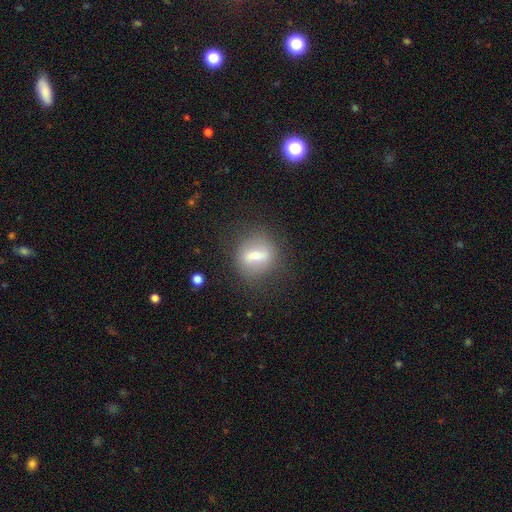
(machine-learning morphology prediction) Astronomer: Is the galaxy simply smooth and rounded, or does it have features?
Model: smooth — 46% (runner-up: featured or disk, 44%).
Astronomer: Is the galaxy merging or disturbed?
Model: none — 77%.